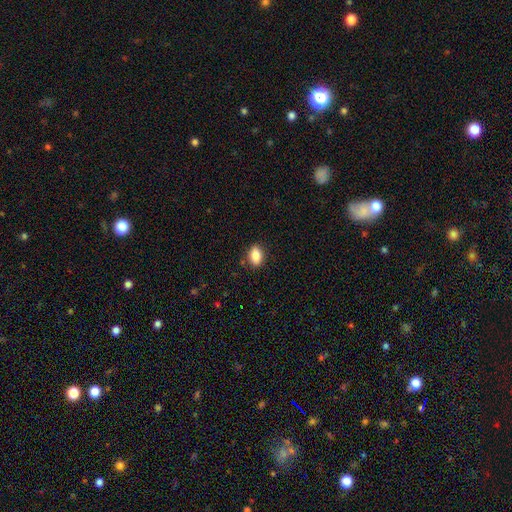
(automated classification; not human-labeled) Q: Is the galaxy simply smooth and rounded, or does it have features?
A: smooth — 86%.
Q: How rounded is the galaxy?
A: in between — 86%.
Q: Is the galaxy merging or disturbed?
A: none — 87%.